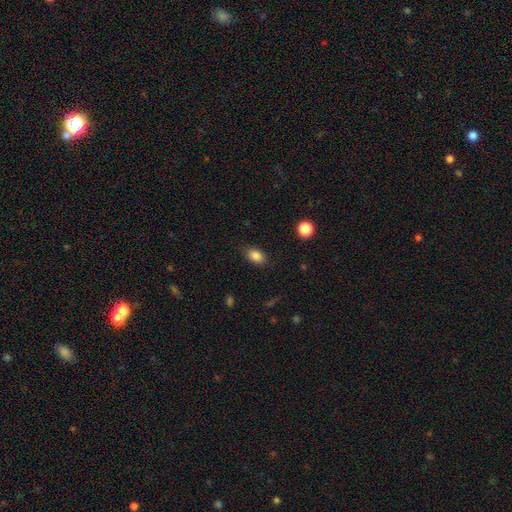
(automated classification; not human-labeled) This appears to be a smooth galaxy with no disk features (86%) that is in between round and cigar-shaped (84%). Merging: none (82%).